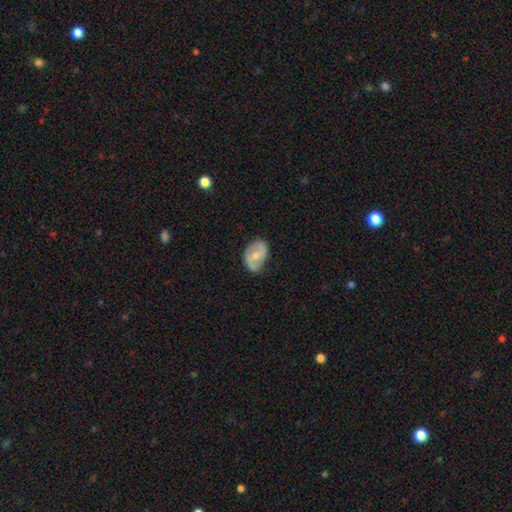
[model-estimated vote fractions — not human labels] The model was most divided on "bulge size": moderate: 50%, small: 42%, none: 5%, large: 2%, dominant: 1%. Remaining: edge-on disk — no (97%); spiral arms — yes (77%); merging — none (61%); smooth or featured — featured or disk (54%); bar — weak (48%).